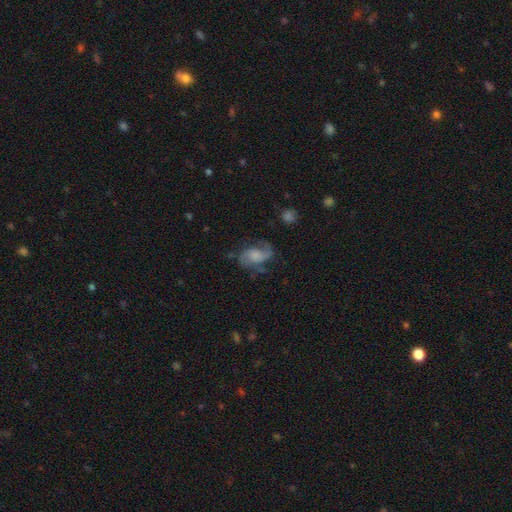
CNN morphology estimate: Smooth or featured: featured or disk — 68% (smooth — 23%)
Edge-on disk: no — 97% (yes — 3%)
Bar: no — 59% (weak — 34%)
Spiral arms: yes — 91% (no — 9%)
Spiral winding: loose — 47% (medium — 41%)
Spiral arm count: 2 — 84% (1 — 7%)
Bulge size: none — 29% (moderate — 25%)
Merging: none — 57% (minor disturbance — 22%)